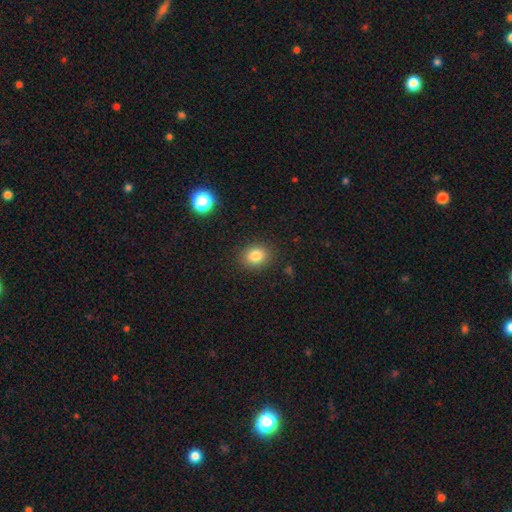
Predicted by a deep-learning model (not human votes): smooth 82%, star or artifact 12%, featured or disk 6%. Down the decision tree: how rounded — round (62%); merging — none (88%).